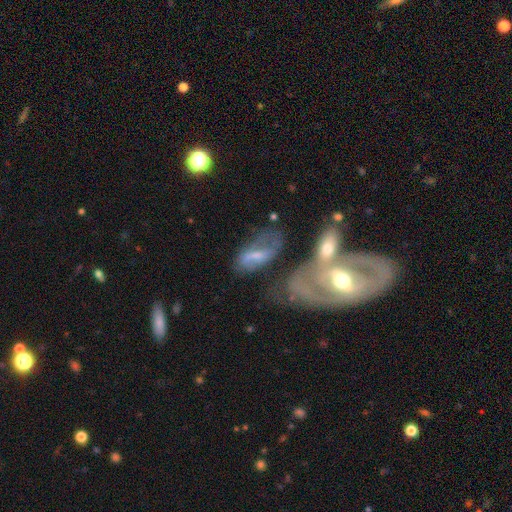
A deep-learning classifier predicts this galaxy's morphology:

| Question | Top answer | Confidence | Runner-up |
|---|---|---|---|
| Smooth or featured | featured or disk | 50% | smooth (41%) |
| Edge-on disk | no | 85% | yes (15%) |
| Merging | none | 36% | major disturbance (23%) |